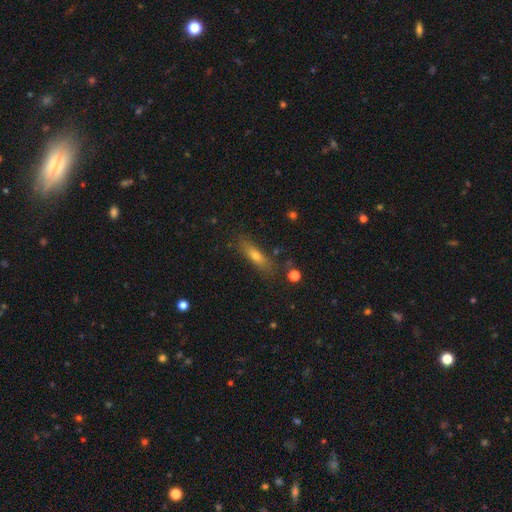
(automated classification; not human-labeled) smooth_or_featured: smooth (p=0.58) [alt: featured or disk p=0.32]
how_rounded: cigar-shaped (p=0.67) [alt: in between p=0.29]
merging: none (p=0.80) [alt: minor disturbance p=0.13]